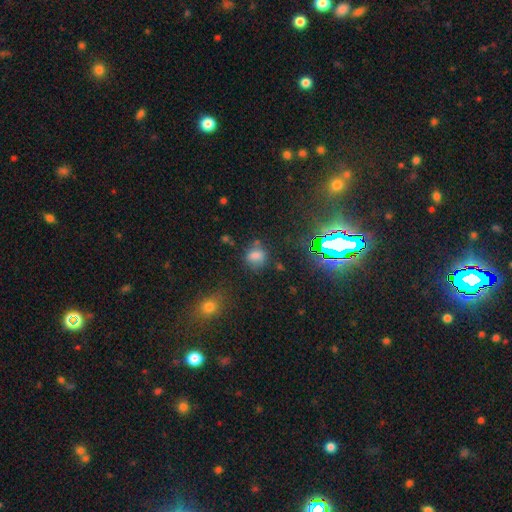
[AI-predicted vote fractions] This appears to be a smooth galaxy with no disk features (65%) that is round (53%). Merging: none (65%).